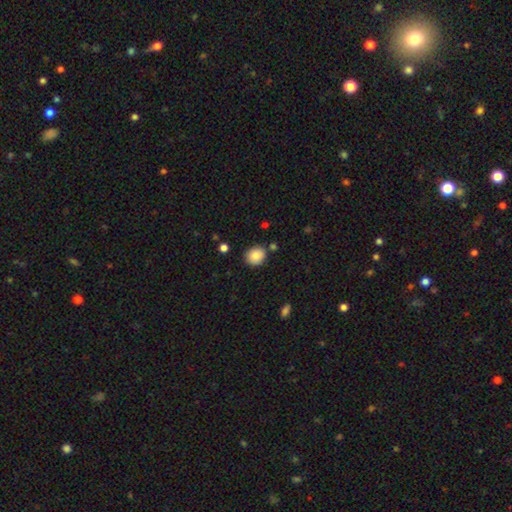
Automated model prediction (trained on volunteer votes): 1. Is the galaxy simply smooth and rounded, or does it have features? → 87% smooth, 8% star or artifact, 5% featured or disk.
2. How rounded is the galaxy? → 72% round, 27% in between, 1% cigar-shaped.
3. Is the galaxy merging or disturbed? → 80% none, 12% minor disturbance, 5% merger, 3% major disturbance.